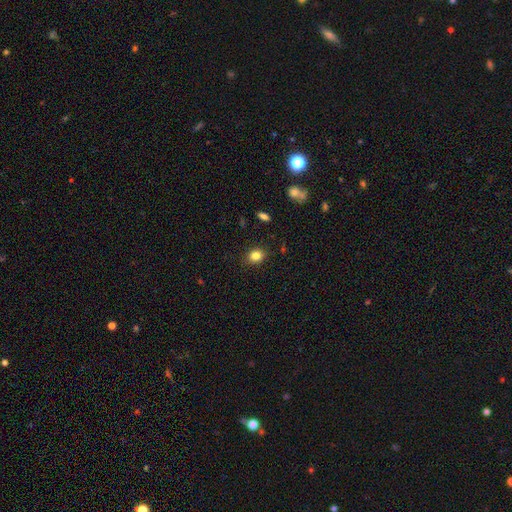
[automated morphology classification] Smooth or featured? smooth (82%)
How rounded? round (53%)
Merging? none (87%)